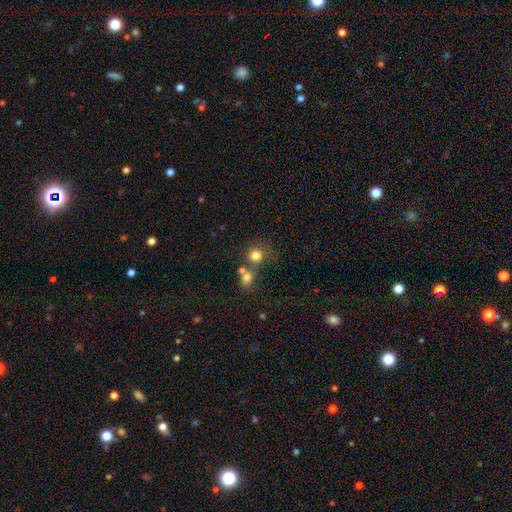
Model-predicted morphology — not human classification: A smooth galaxy with no disk features (77%) that is round (83%). Merging: none (53%).